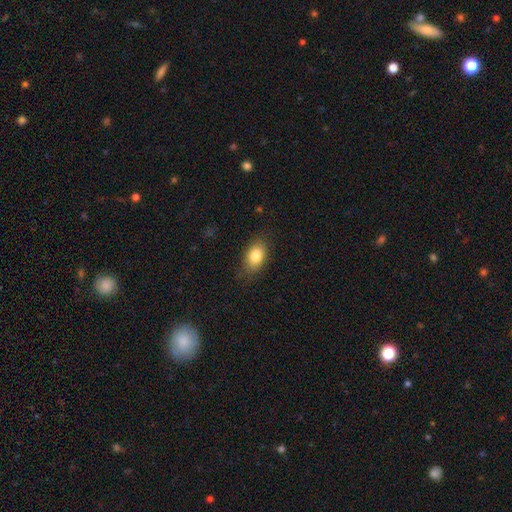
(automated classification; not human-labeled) A smooth galaxy with no disk features (83%) that is in between round and cigar-shaped (87%). Merging: none (82%).